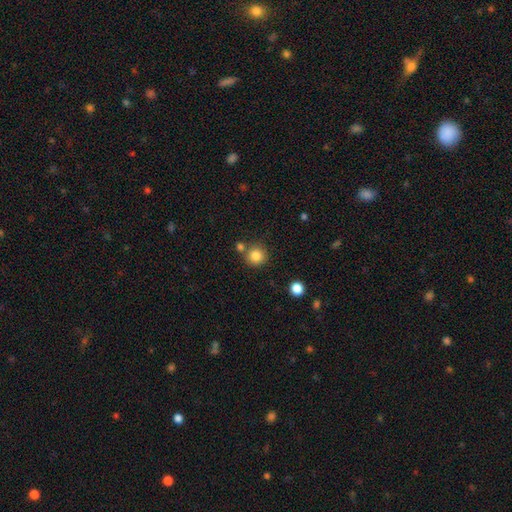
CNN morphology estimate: Smooth or featured?
  - smooth: 84% *
  - star or artifact: 11%
  - featured or disk: 5%
How rounded?
  - round: 93% *
  - in between: 6%
  - cigar-shaped: 1%
Merging?
  - none: 75% *
  - merger: 14%
  - minor disturbance: 8%
  - major disturbance: 3%